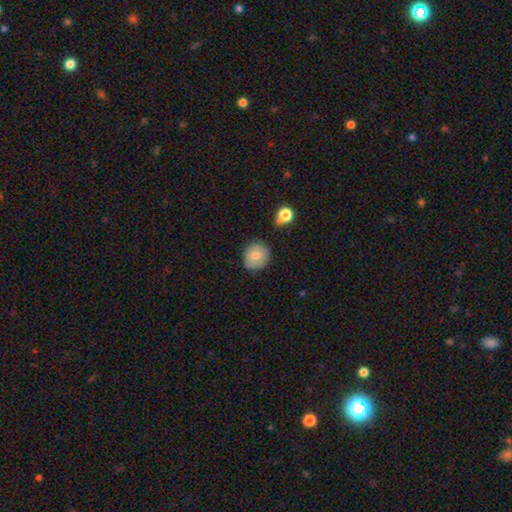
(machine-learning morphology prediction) smooth-or-featured: smooth: 78% | featured or disk: 13% | star or artifact: 9%
  how-rounded: round: 84% | in between: 15% | cigar-shaped: 1%
  merging: none: 72% | minor disturbance: 21% | major disturbance: 4% | merger: 3%